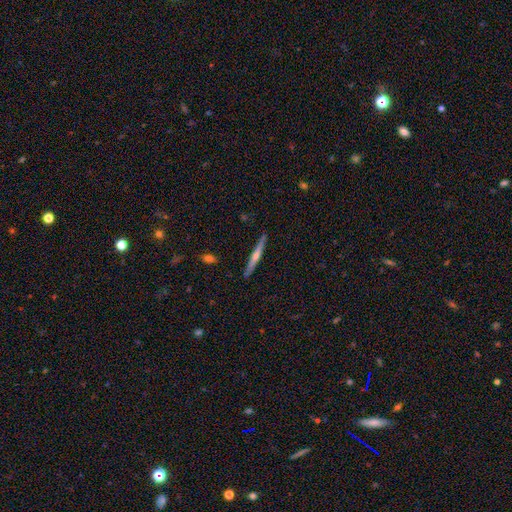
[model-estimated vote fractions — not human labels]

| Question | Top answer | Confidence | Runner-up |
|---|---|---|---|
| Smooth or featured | featured or disk | 65% | smooth (30%) |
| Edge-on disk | yes | 98% | no (2%) |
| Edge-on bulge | rounded | 77% | none (18%) |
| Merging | none | 90% | minor disturbance (7%) |